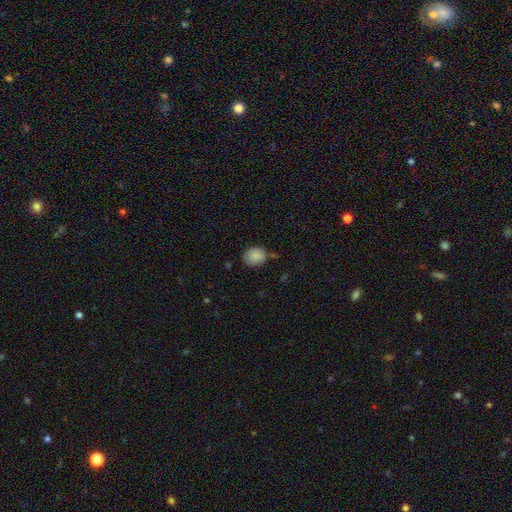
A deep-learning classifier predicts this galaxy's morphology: type=smooth (87%); roundness=round (68%); merging=none (70%).